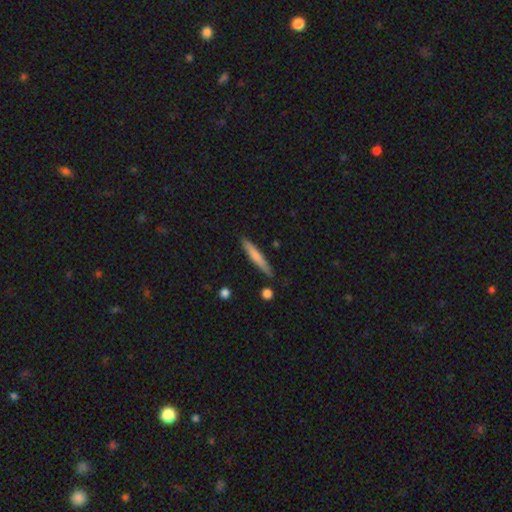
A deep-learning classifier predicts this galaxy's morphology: A smooth galaxy with no disk features (70%) that is cigar-shaped (94%).

Vote fractions:
- Smooth or featured? smooth: 70% / featured or disk: 24% / star or artifact: 5%
- How rounded? cigar-shaped: 94% / in between: 5% / round: 1%
- Merging? none: 84% / minor disturbance: 11% / merger: 3% / major disturbance: 2%